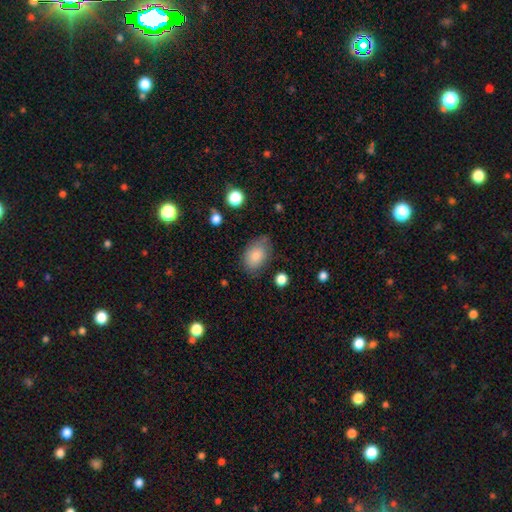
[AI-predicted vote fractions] This appears to be a smooth galaxy with no disk features (83%) that is in between round and cigar-shaped (87%). Merging: none (66%).